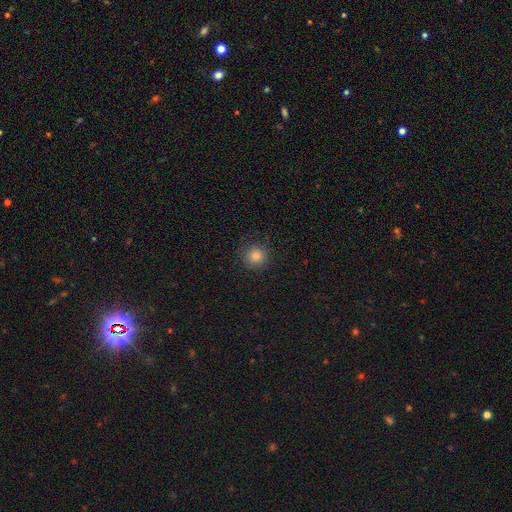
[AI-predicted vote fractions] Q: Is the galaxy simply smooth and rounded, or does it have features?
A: smooth — 82%.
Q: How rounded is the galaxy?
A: round — 94%.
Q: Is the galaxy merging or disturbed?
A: none — 86%.